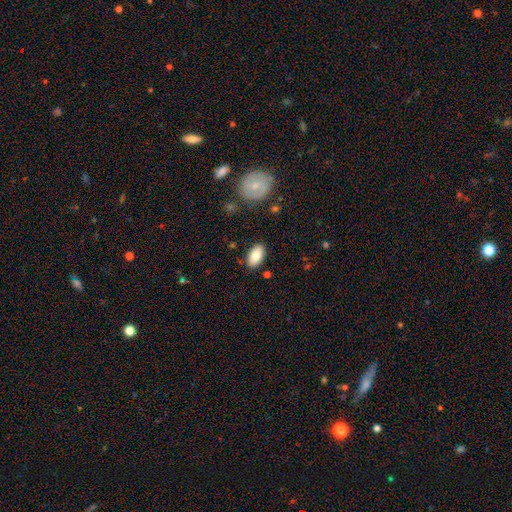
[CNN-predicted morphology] Smooth or featured? Predicted: smooth (p=0.83). How rounded? Predicted: in between (p=0.94). Merging? Predicted: none (p=0.85).